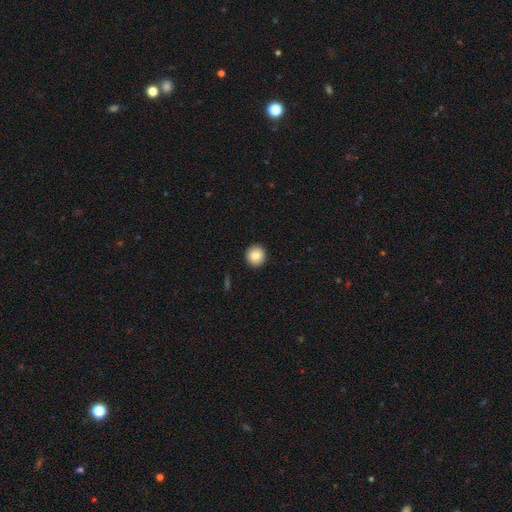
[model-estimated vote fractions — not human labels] A smooth galaxy with no disk features (86%) that is round (91%).

Vote fractions:
- Smooth or featured? smooth: 86% / star or artifact: 8% / featured or disk: 7%
- How rounded? round: 91% / in between: 8% / cigar-shaped: 1%
- Merging? none: 93% / minor disturbance: 5% / major disturbance: 2% / merger: 1%